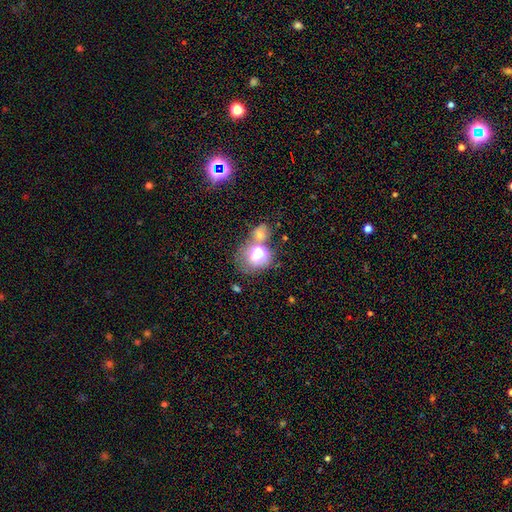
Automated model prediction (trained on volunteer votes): A smooth galaxy with no disk features (54%) that is round (66%).

Vote fractions:
- Smooth or featured? smooth: 54% / star or artifact: 31% / featured or disk: 15%
- How rounded? round: 66% / in between: 32% / cigar-shaped: 1%
- Merging? none: 48% / merger: 34% / minor disturbance: 11% / major disturbance: 7%